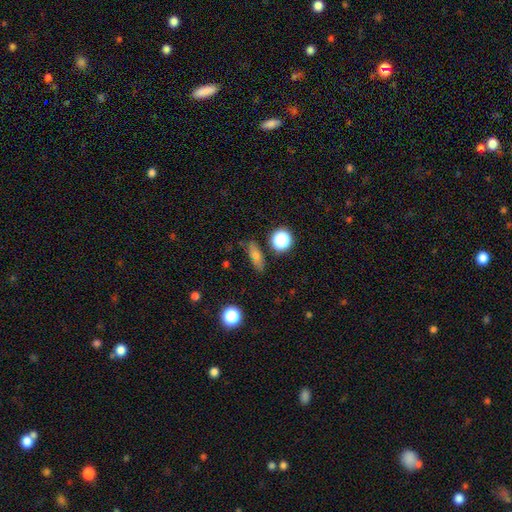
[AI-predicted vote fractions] Smooth or featured?
  - smooth: 63% *
  - featured or disk: 20%
  - star or artifact: 17%
How rounded?
  - in between: 47% *
  - cigar-shaped: 36%
  - round: 17%
Merging?
  - none: 81% *
  - minor disturbance: 12%
  - major disturbance: 3%
  - merger: 3%